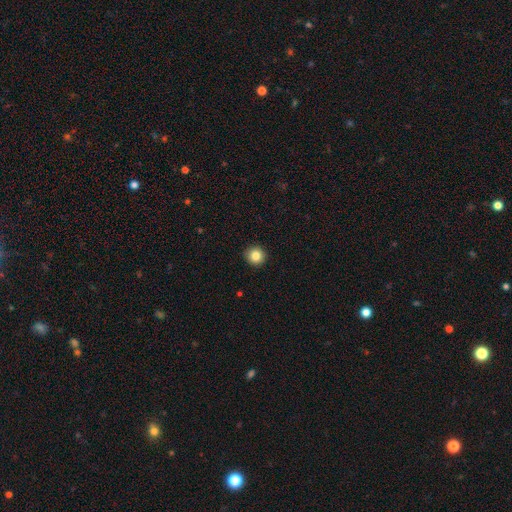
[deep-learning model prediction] smooth-or-featured: smooth: 84% | star or artifact: 10% | featured or disk: 6%
  how-rounded: round: 94% | in between: 5% | cigar-shaped: 1%
  merging: none: 92% | minor disturbance: 5% | major disturbance: 2% | merger: 1%